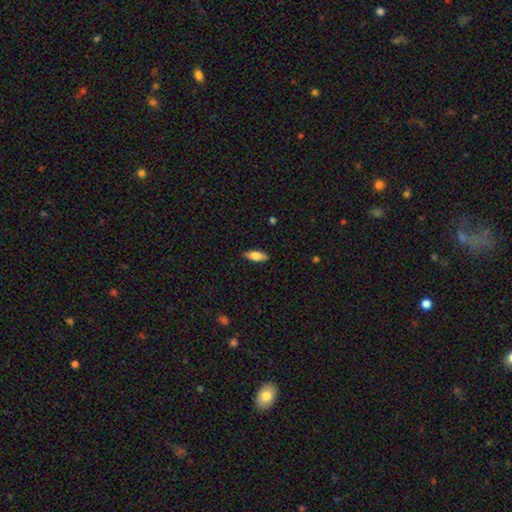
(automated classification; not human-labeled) A smooth galaxy with no disk features (74%) that is in between round and cigar-shaped (73%). Merging: none (88%).